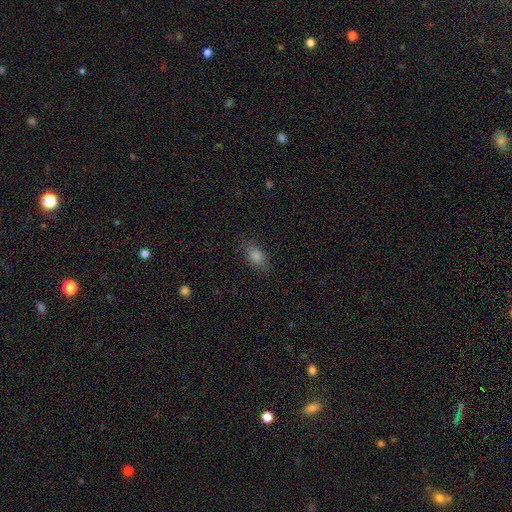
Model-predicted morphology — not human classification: This appears to be a smooth galaxy with no disk features (78%) that is in between round and cigar-shaped (84%). Merging: none (83%).